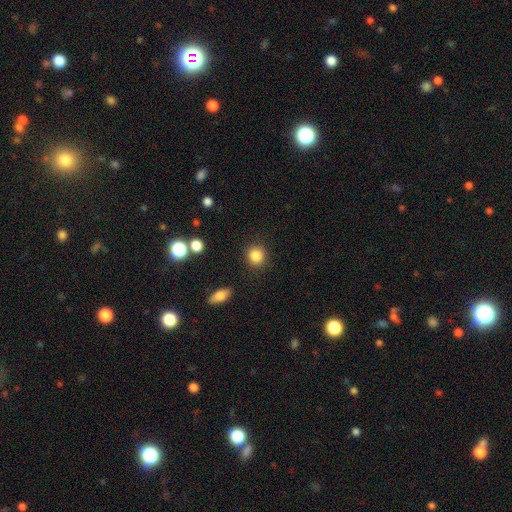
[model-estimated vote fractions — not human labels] Overall: smooth (85%). How rounded: round (88%). Merging: none (89%).